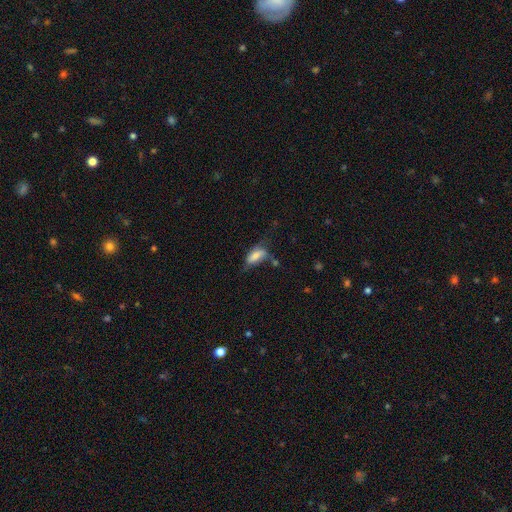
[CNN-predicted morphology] smooth_or_featured: smooth (p=0.67) [alt: featured or disk p=0.24]
how_rounded: in between (p=0.82) [alt: cigar-shaped p=0.14]
merging: none (p=0.35) [alt: minor disturbance p=0.32]